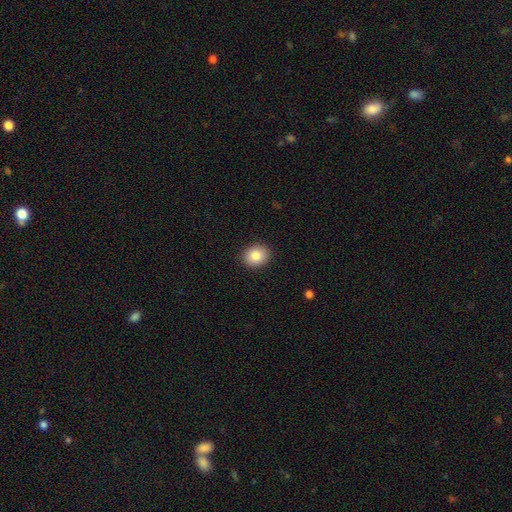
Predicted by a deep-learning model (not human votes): A smooth galaxy with no disk features (85%) that is round (58%). Merging: none (90%).